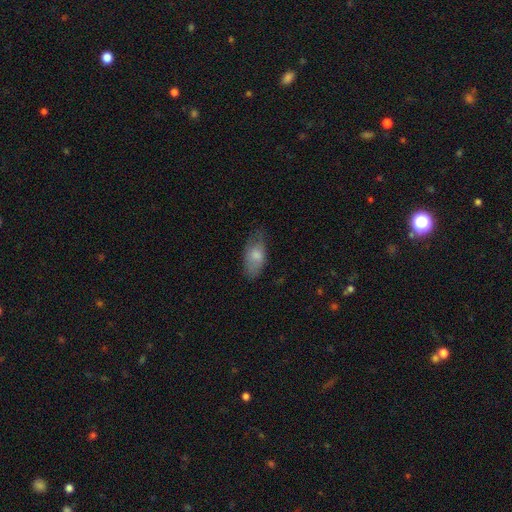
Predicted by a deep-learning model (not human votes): A smooth galaxy with no disk features (74%) that is in between round and cigar-shaped (91%). Merging: none (57%).